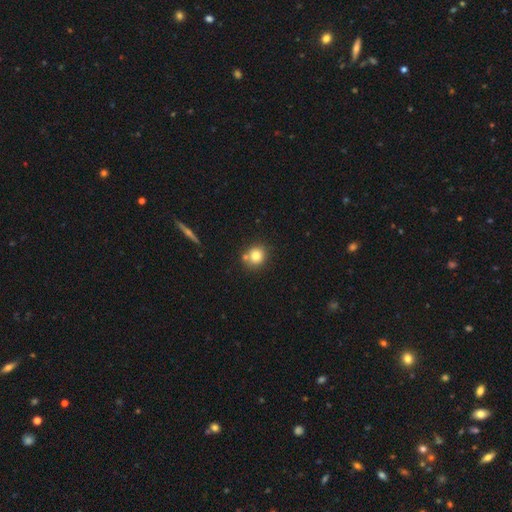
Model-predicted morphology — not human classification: smooth_or_featured: smooth (p=0.81) [alt: star or artifact p=0.11]
how_rounded: round (p=0.84) [alt: in between p=0.15]
merging: none (p=0.69) [alt: merger p=0.16]